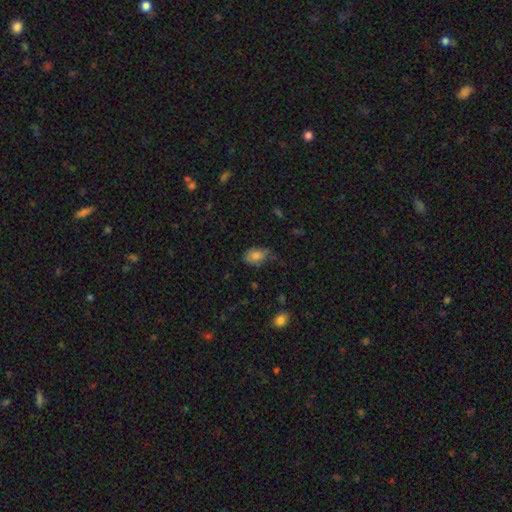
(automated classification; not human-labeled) A smooth galaxy with no disk features (79%) that is in between round and cigar-shaped (83%).

Vote fractions:
- Smooth or featured? smooth: 79% / featured or disk: 11% / star or artifact: 10%
- How rounded? in between: 83% / round: 15% / cigar-shaped: 2%
- Merging? none: 51% / minor disturbance: 36% / major disturbance: 10% / merger: 3%